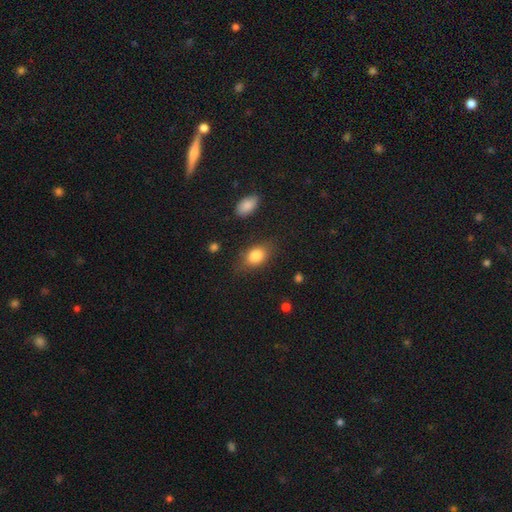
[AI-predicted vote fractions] smooth-or-featured: smooth: 82% | featured or disk: 10% | star or artifact: 9%
  how-rounded: in between: 76% | round: 22% | cigar-shaped: 2%
  merging: none: 76% | minor disturbance: 17% | major disturbance: 5% | merger: 2%